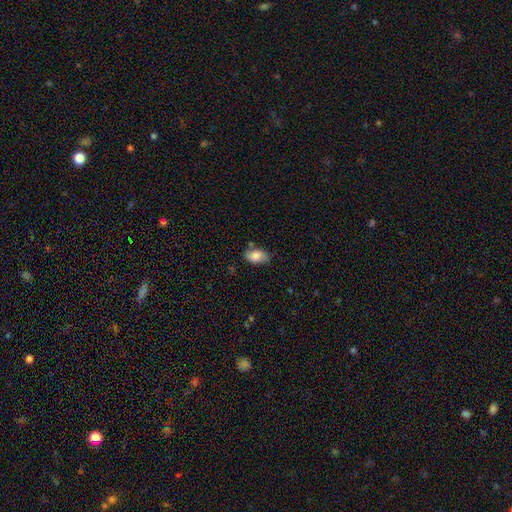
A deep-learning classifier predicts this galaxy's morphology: type=smooth (81%); roundness=in between (92%); merging=none (71%).